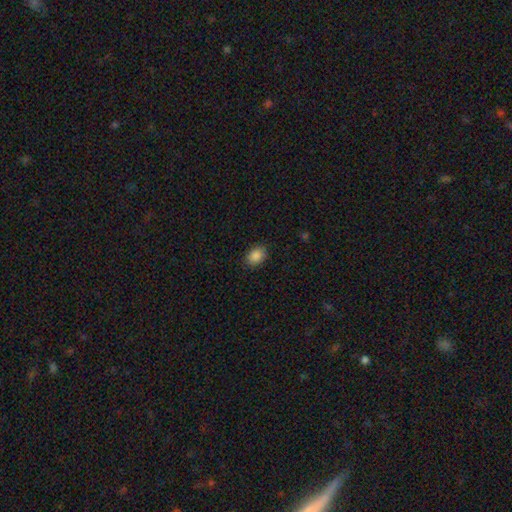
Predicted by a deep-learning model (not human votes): This is clearly a smooth galaxy (88%). How rounded: likely in between (71%). Merging: clearly none (86%).